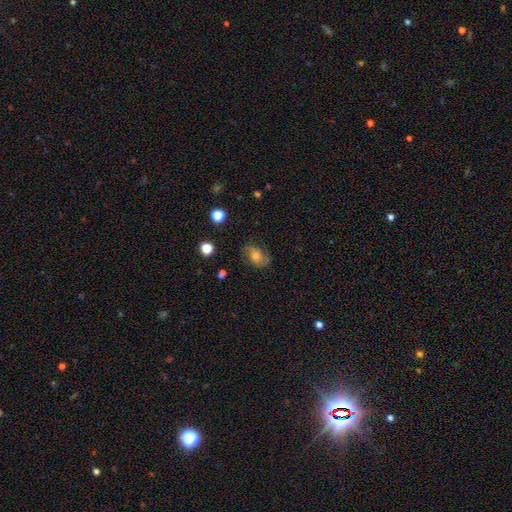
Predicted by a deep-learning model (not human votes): smooth-or-featured: featured or disk: 51% | smooth: 36% | star or artifact: 13%
  disk-edge-on: no: 95% | yes: 5%
  merging: none: 74% | minor disturbance: 17% | major disturbance: 7% | merger: 1%